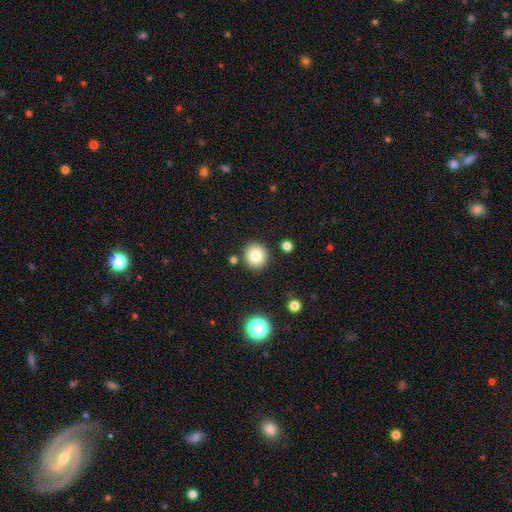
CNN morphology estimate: This is clearly a smooth galaxy (80%). How rounded: clearly round (93%). Merging: clearly none (87%).